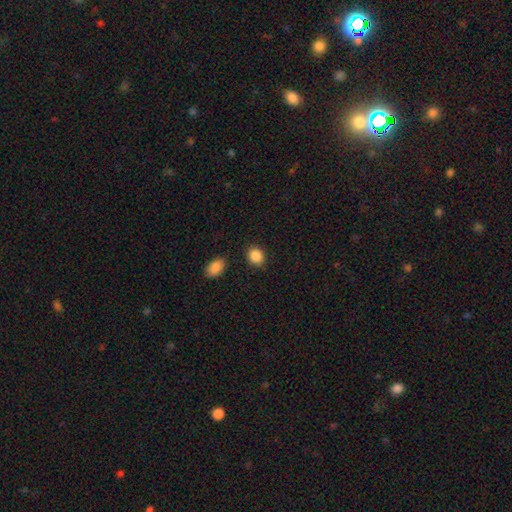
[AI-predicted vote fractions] Smooth or featured?
  - smooth: 88% *
  - star or artifact: 9%
  - featured or disk: 4%
How rounded?
  - round: 62% *
  - in between: 37%
  - cigar-shaped: 1%
Merging?
  - none: 85% *
  - minor disturbance: 9%
  - merger: 3%
  - major disturbance: 3%